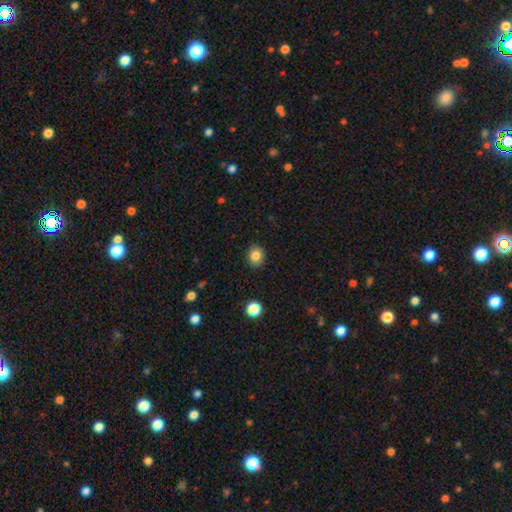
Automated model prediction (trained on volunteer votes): Smooth or featured: smooth — 84% (star or artifact — 10%)
How rounded: round — 68% (in between — 31%)
Merging: none — 89% (minor disturbance — 8%)